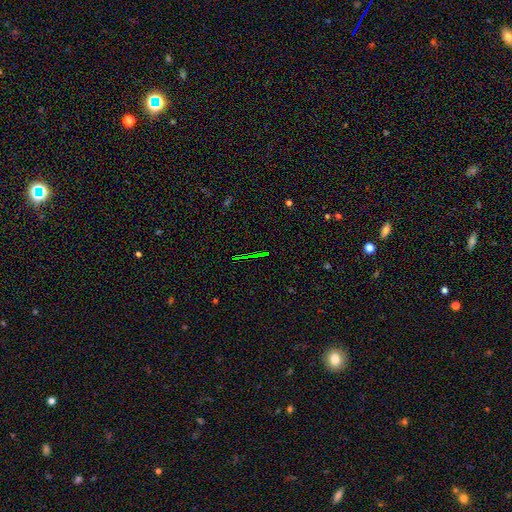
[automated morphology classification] Q: Smooth or featured?
A: star or artifact (74%); runner-up: featured or disk (14%)